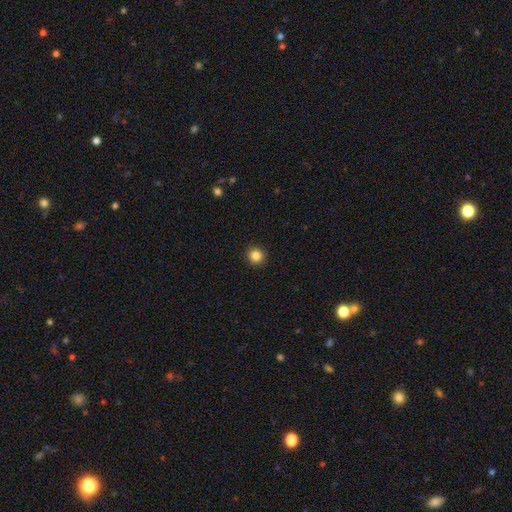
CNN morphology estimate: This appears to be a smooth galaxy with no disk features (85%) that is round (94%). Merging: none (93%).